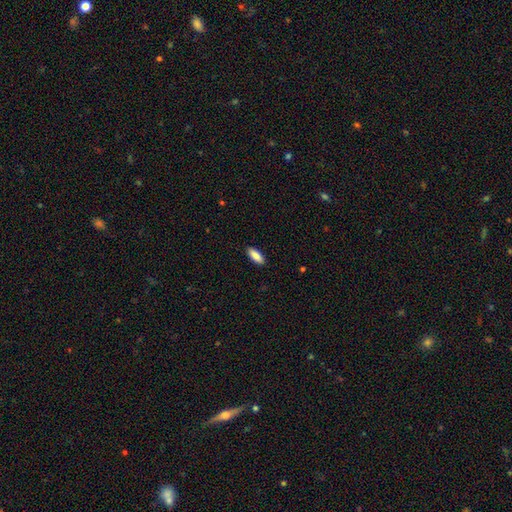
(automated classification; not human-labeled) Morphology: type=smooth (88%); roundness=in between (73%); merging=none (90%).